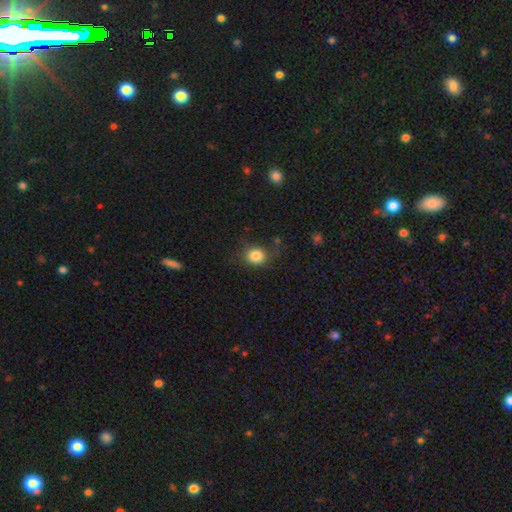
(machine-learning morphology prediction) Smooth or featured?
  - smooth: 84% *
  - star or artifact: 11%
  - featured or disk: 6%
How rounded?
  - round: 72% *
  - in between: 27%
  - cigar-shaped: 1%
Merging?
  - none: 75% *
  - minor disturbance: 17%
  - major disturbance: 6%
  - merger: 2%